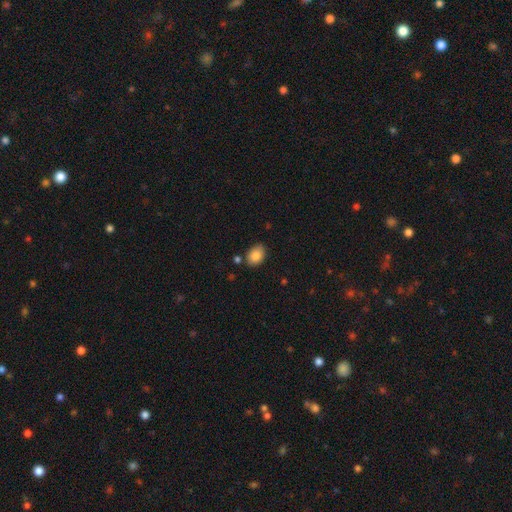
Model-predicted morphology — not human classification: This is clearly a smooth galaxy (84%). How rounded: likely in between (79%). Merging: likely none (80%).